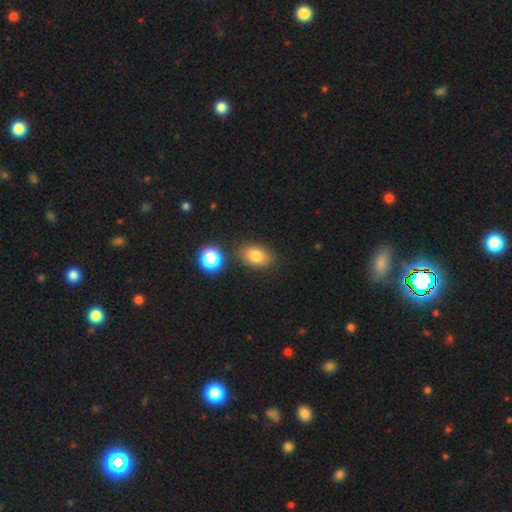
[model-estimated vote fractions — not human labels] Overall: smooth (79%). How rounded: in between (80%). Merging: none (80%).